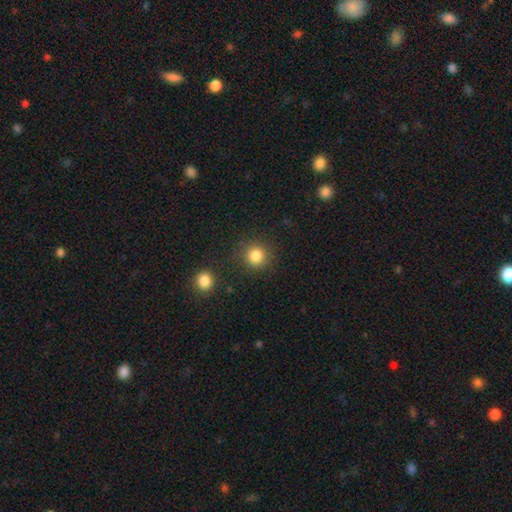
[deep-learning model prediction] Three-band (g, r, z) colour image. It shows a smooth galaxy with no disk features (84%) that is round (91%). Merging: none (84%).